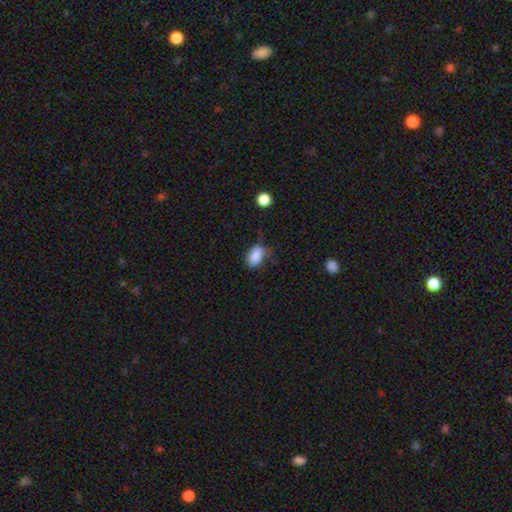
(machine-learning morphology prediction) A smooth galaxy with no disk features (86%) that is in between round and cigar-shaped (88%).

Vote fractions:
- Smooth or featured? smooth: 86% / star or artifact: 8% / featured or disk: 6%
- How rounded? in between: 88% / round: 10% / cigar-shaped: 2%
- Merging? none: 56% / minor disturbance: 31% / major disturbance: 10% / merger: 3%